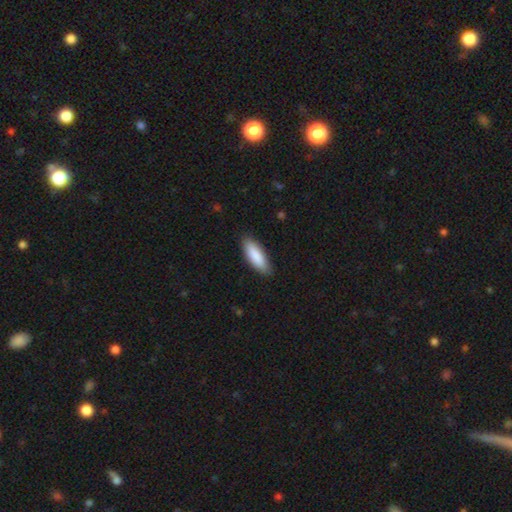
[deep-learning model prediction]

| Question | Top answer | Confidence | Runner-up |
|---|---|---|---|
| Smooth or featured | smooth | 88% | featured or disk (7%) |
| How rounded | in between | 61% | cigar-shaped (38%) |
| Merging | none | 86% | minor disturbance (11%) |